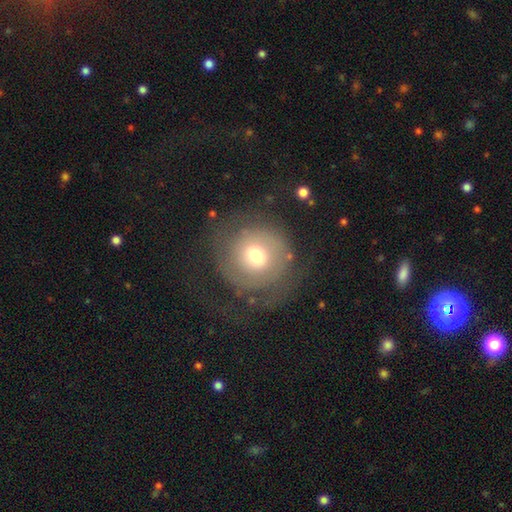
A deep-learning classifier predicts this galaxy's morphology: A smooth galaxy with no disk features (46%).

Vote fractions:
- Smooth or featured? smooth: 46% / featured or disk: 43% / star or artifact: 11%
- Merging? none: 63% / major disturbance: 20% / minor disturbance: 15% / merger: 2%